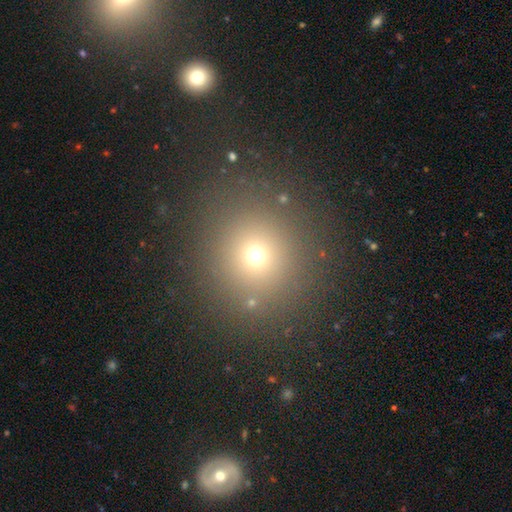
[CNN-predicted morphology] smooth-or-featured: smooth: 66% | star or artifact: 24% | featured or disk: 9%
  how-rounded: round: 91% | in between: 8% | cigar-shaped: 1%
  merging: none: 86% | minor disturbance: 7% | major disturbance: 4% | merger: 3%